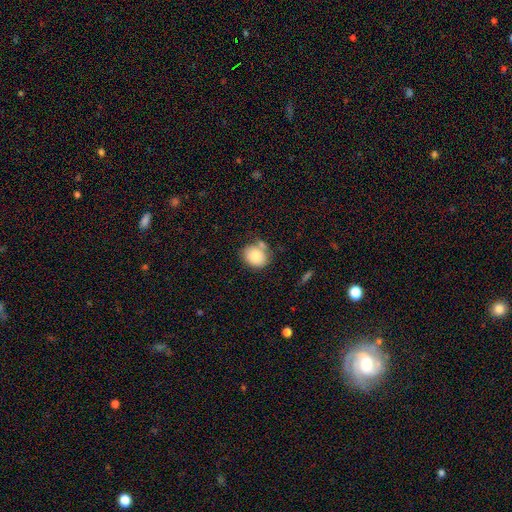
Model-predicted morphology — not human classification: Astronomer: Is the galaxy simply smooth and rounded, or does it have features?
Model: smooth — 83%.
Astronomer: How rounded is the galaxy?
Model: round — 59% (runner-up: in between, 40%).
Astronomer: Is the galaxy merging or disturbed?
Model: none — 60%.